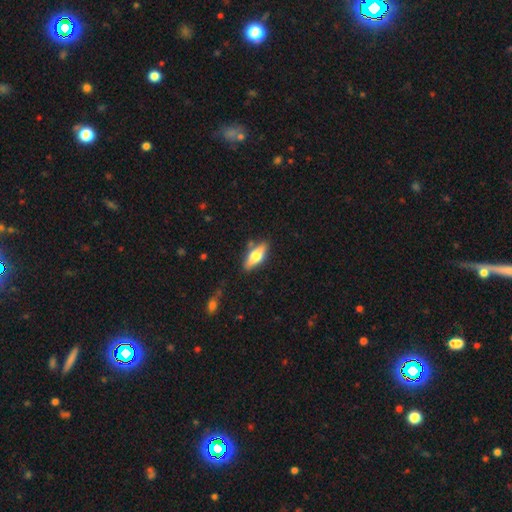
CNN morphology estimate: Smooth or featured?
  - smooth: 54% *
  - featured or disk: 39%
  - star or artifact: 6%
How rounded?
  - in between: 64% *
  - cigar-shaped: 33%
  - round: 3%
Merging?
  - none: 81% *
  - minor disturbance: 13%
  - merger: 4%
  - major disturbance: 3%